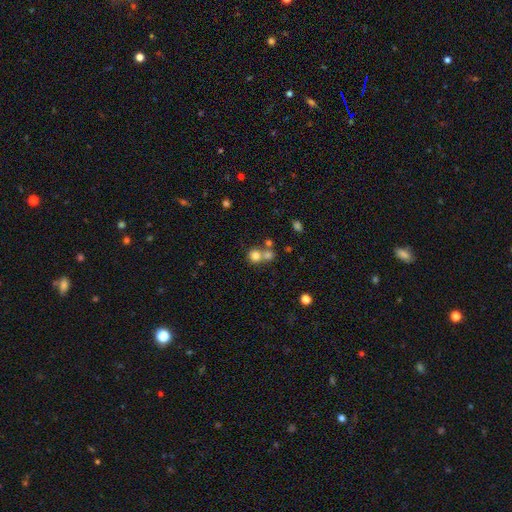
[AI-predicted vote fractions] Smooth or featured: smooth — 77% (star or artifact — 13%)
How rounded: round — 88% (in between — 11%)
Merging: none — 46% (merger — 44%)